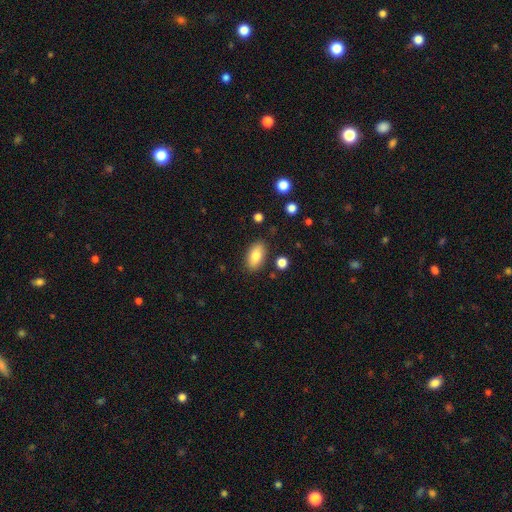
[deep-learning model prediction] smooth 82%, featured or disk 11%, star or artifact 7%. Down the decision tree: how rounded — in between (91%); merging — none (86%).